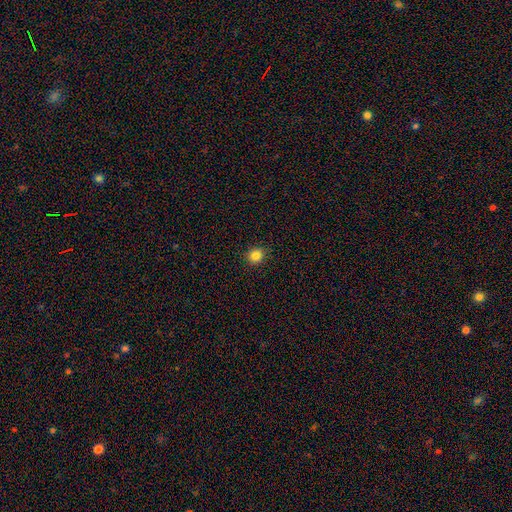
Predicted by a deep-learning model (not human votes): Smooth or featured: smooth — 84% (star or artifact — 12%)
How rounded: round — 84% (in between — 15%)
Merging: none — 91% (minor disturbance — 6%)